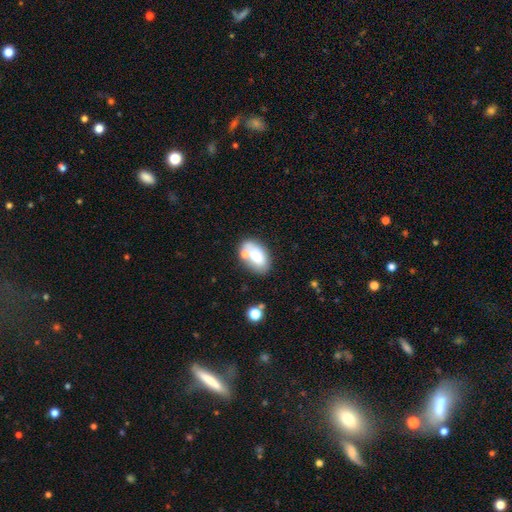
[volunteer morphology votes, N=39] Smooth or featured?
  - smooth: 74% *
  - featured or disk: 26%
  - star or artifact: 0%
How rounded?
  - in between: 93% *
  - round: 7%
  - cigar-shaped: 0%
Merging?
  - none: 56% *
  - merger: 18%
  - major disturbance: 15%
  - minor disturbance: 10%